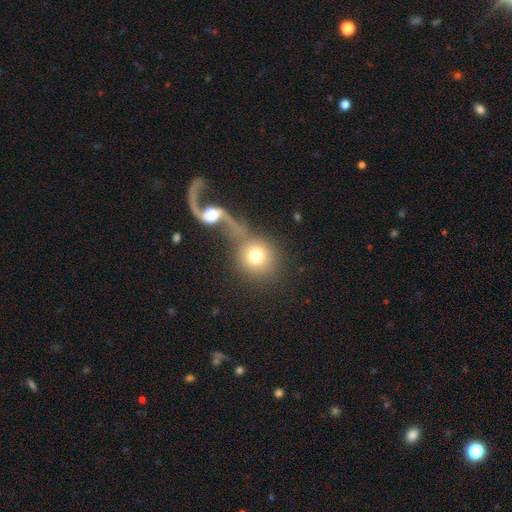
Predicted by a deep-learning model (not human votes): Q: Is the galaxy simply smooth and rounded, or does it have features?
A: smooth — 73%.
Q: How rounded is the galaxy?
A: round — 88%.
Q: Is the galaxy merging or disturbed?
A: none — 47%.